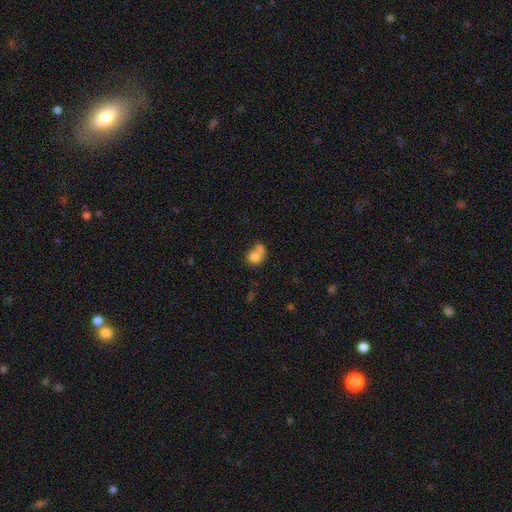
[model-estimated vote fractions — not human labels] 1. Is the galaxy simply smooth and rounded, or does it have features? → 78% smooth, 13% featured or disk, 9% star or artifact.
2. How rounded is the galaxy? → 68% round, 31% in between, 1% cigar-shaped.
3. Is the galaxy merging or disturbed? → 58% merger, 26% none, 9% minor disturbance, 7% major disturbance.